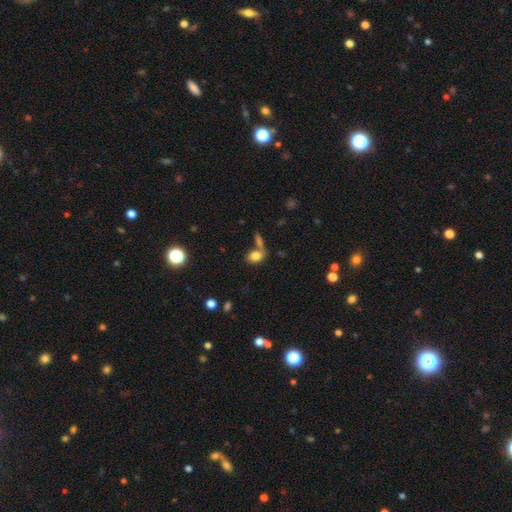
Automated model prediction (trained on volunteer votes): A smooth galaxy with no disk features (79%) that is in between round and cigar-shaped (73%). Merging: none (46%).